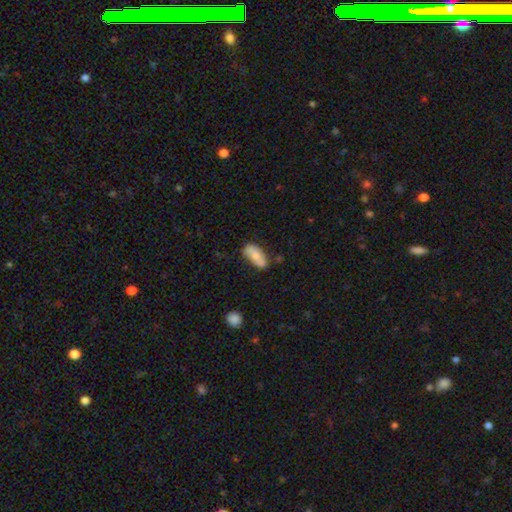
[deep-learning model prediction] This appears to be a smooth galaxy with no disk features (64%) that is in between round and cigar-shaped (84%). Merging: none (63%).